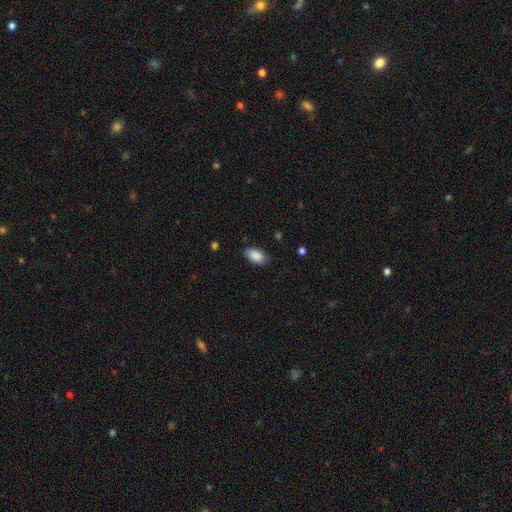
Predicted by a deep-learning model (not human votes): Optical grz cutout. It shows a smooth galaxy with no disk features (87%) that is in between round and cigar-shaped (93%). Merging: none (79%).